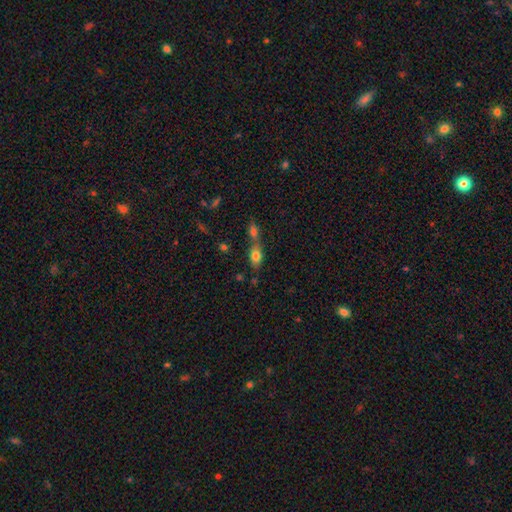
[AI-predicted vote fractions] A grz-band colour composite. It shows a smooth galaxy with no disk features (78%) that is in between round and cigar-shaped (79%). Merging: merger (47%).